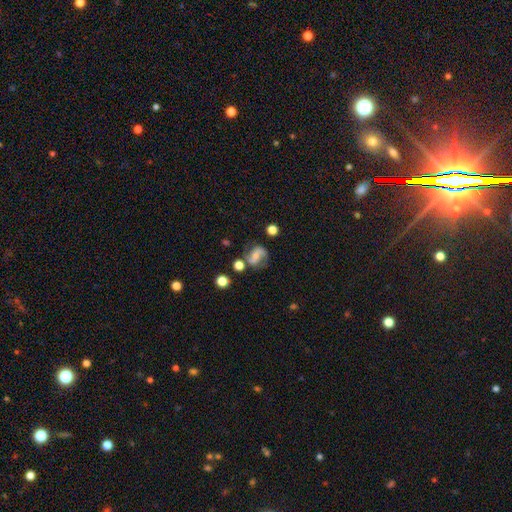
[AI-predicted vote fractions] Smooth or featured?
  - featured or disk: 64% *
  - smooth: 26%
  - star or artifact: 11%
Edge-on disk?
  - no: 97% *
  - yes: 3%
Bar?
  - weak: 40% *
  - no: 34%
  - strong: 26%
Spiral arms?
  - yes: 89% *
  - no: 11%
Spiral winding?
  - medium: 42% * (tied)
  - loose: 42% * (tied)
  - tight: 16%
Spiral arm count?
  - 2: 85% *
  - can't tell: 6%
  - 1: 6%
  - 3: 1%
  - 4: 1%
  - more than 4: 1%
Bulge size?
  - small: 48% *
  - moderate: 30%
  - none: 16%
  - large: 4%
  - dominant: 2%
Merging?
  - none: 59% *
  - minor disturbance: 20%
  - major disturbance: 12%
  - merger: 9%